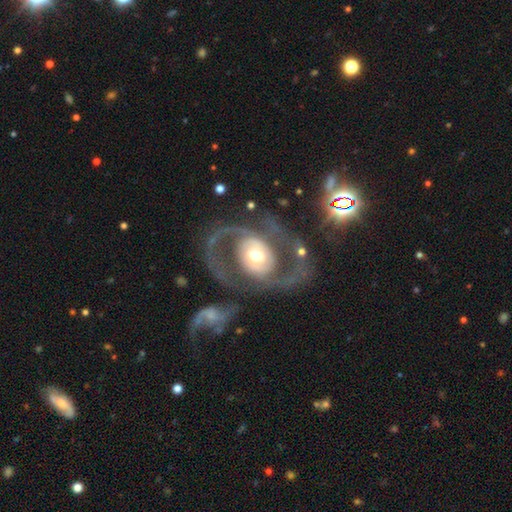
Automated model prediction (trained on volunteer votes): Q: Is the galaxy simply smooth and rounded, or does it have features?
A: featured or disk — 81%.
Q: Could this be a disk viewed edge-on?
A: no — 96%.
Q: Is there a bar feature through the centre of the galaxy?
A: no — 61%.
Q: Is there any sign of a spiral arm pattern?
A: yes — 79%.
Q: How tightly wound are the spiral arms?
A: medium — 46%.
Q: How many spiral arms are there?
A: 2 — 81%.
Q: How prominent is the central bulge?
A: moderate — 61%.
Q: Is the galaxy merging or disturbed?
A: none — 60%.